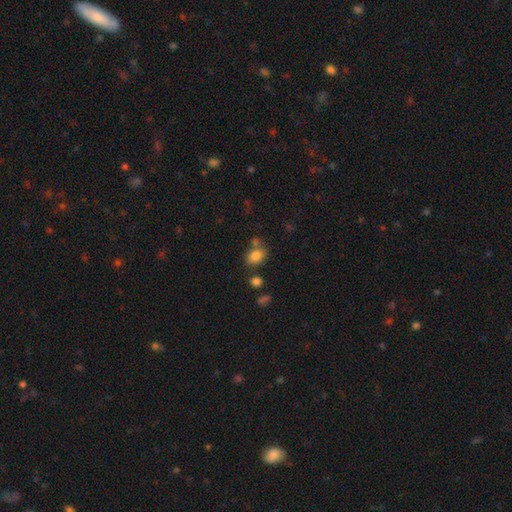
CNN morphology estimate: A smooth galaxy with no disk features (82%) that is in between round and cigar-shaped (64%). Merging: none (63%).